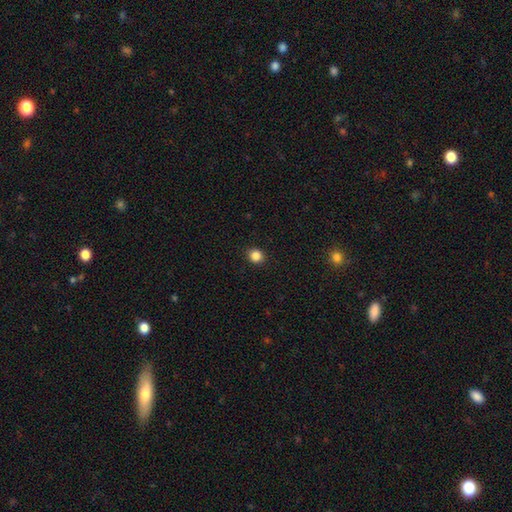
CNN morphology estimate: Q: Smooth or featured?
A: smooth (85%); runner-up: star or artifact (11%)
Q: How rounded?
A: round (83%); runner-up: in between (17%)
Q: Merging?
A: none (91%); runner-up: minor disturbance (6%)